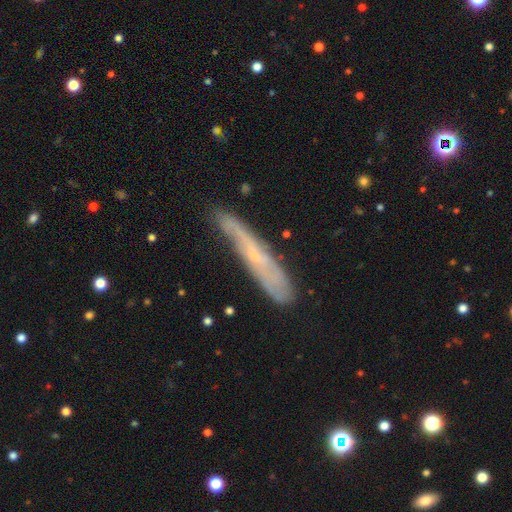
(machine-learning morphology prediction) type=featured or disk (59%); edge-on=yes (66%); merging=none (68%).